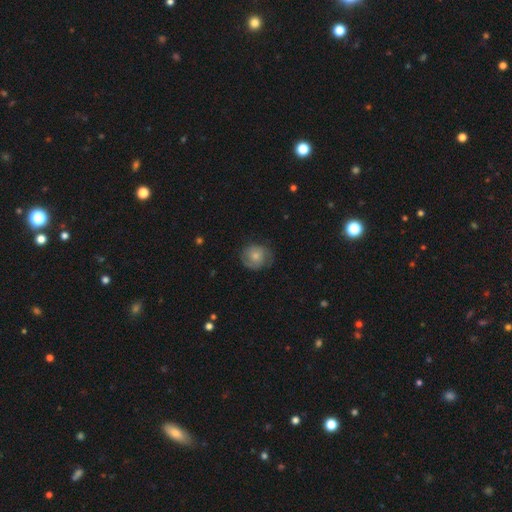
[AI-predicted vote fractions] smooth 59%, featured or disk 34%, star or artifact 8%. Down the decision tree: how rounded — round (77%); merging — none (68%).